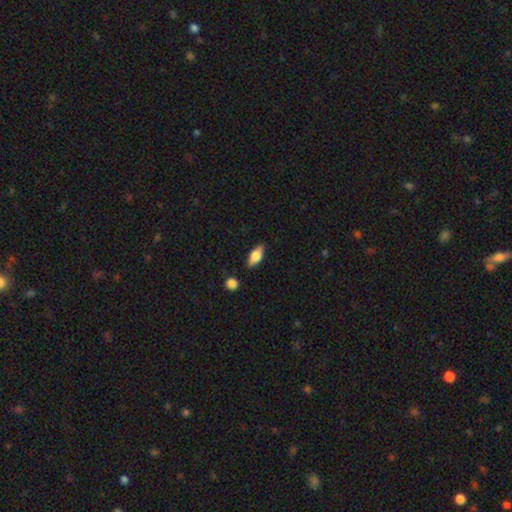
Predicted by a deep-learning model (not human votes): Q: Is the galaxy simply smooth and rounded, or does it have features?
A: smooth — 75%.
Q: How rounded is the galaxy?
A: in between — 84%.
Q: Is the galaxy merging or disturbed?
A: none — 85%.